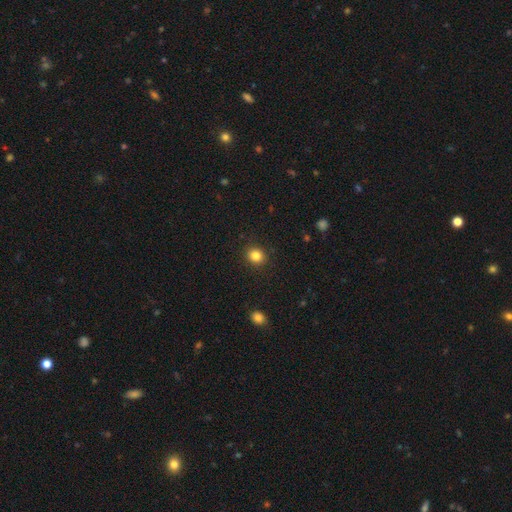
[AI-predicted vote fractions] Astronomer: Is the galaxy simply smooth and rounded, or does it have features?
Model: smooth — 84%.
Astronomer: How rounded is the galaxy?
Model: round — 82%.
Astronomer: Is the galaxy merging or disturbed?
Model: none — 91%.